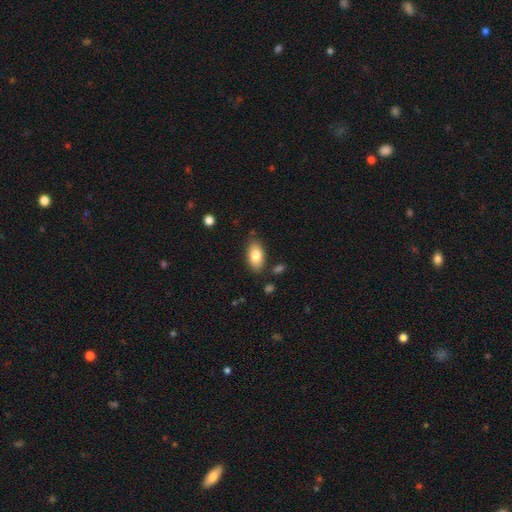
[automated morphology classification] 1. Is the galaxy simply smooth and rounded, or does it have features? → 82% smooth, 11% featured or disk, 7% star or artifact.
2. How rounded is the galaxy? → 93% in between, 4% round, 3% cigar-shaped.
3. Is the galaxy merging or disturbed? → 82% none, 12% minor disturbance, 3% major disturbance, 3% merger.